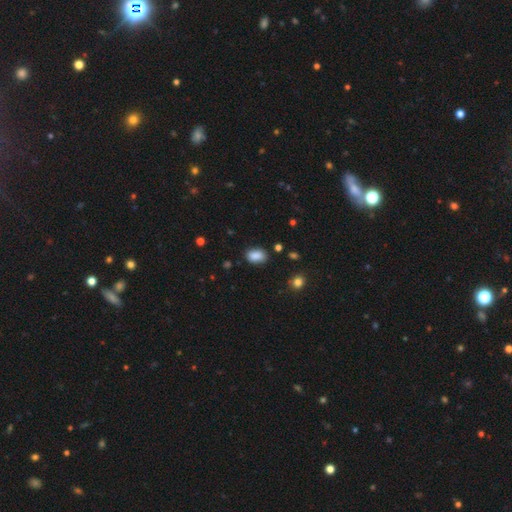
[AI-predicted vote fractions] Smooth or featured: smooth — 87% (star or artifact — 9%)
How rounded: in between — 85% (round — 14%)
Merging: none — 83% (minor disturbance — 13%)